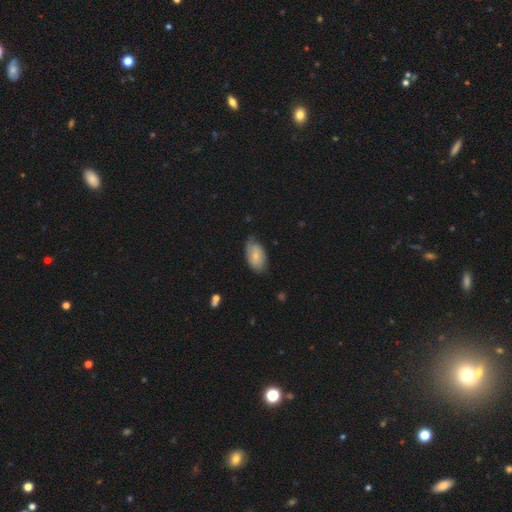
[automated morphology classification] A smooth galaxy with no disk features (64%) that is in between round and cigar-shaped (92%). Merging: none (60%).